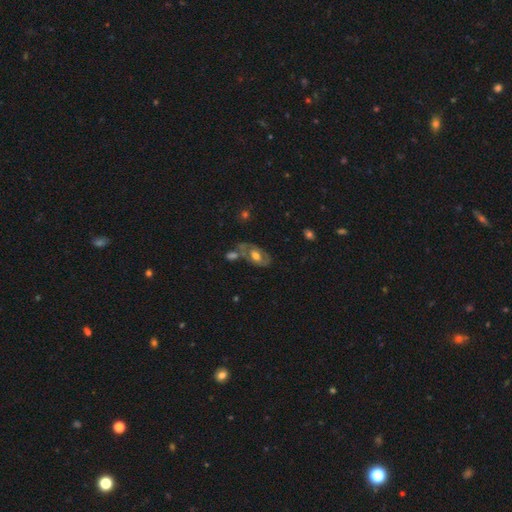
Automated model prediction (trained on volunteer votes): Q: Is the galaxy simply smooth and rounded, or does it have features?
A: featured or disk — 53%.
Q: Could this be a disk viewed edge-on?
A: no — 90%.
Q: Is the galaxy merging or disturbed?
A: none — 47%.